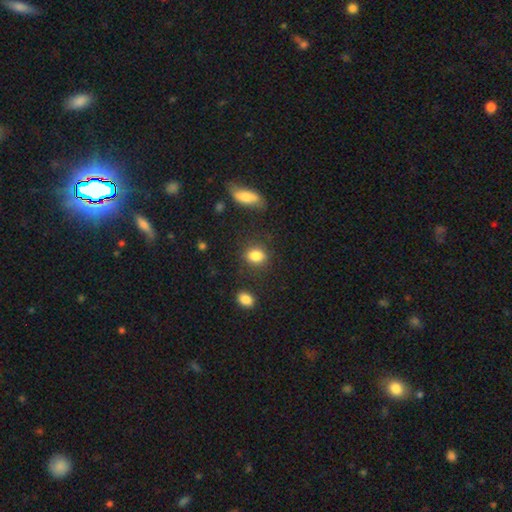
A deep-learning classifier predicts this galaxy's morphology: This is clearly a smooth galaxy (85%). How rounded: possibly in between (57%). Merging: clearly none (80%).